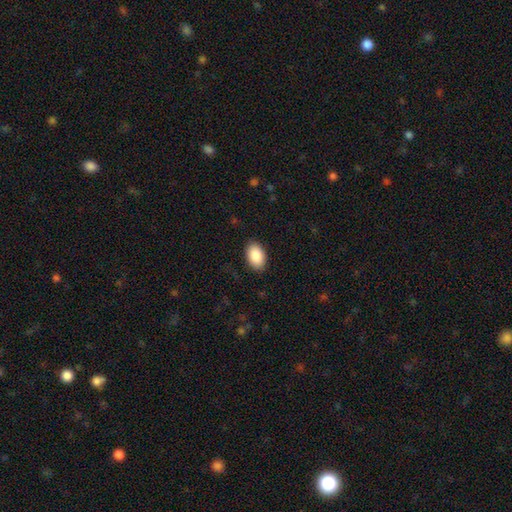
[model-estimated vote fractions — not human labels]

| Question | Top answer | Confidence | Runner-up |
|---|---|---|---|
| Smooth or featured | smooth | 89% | star or artifact (6%) |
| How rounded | in between | 92% | round (7%) |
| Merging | none | 88% | minor disturbance (9%) |